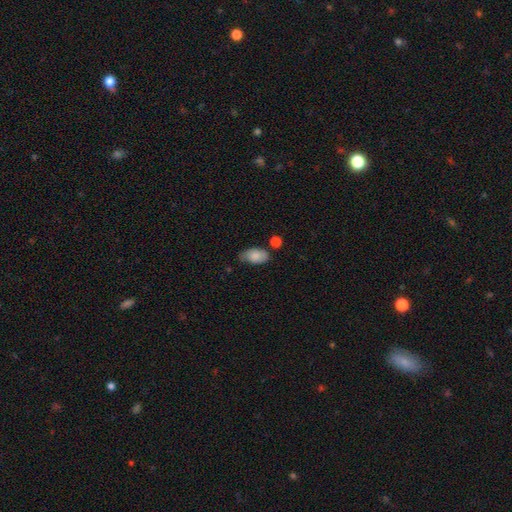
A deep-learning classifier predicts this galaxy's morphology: Overall: smooth (82%). How rounded: in between (93%). Merging: none (62%; minor disturbance 26%).